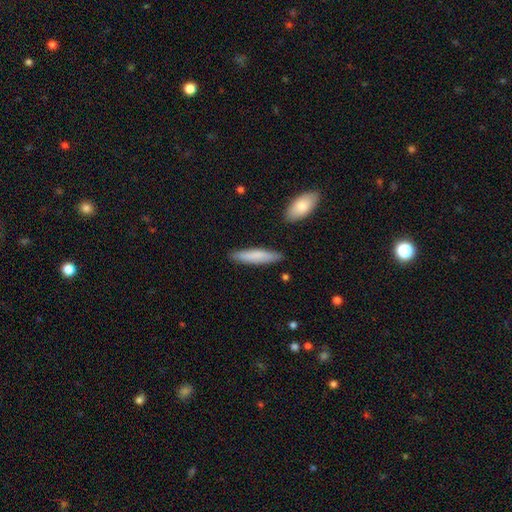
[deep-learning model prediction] This is likely a smooth galaxy (79%). How rounded: clearly cigar-shaped (82%). Merging: clearly none (86%).